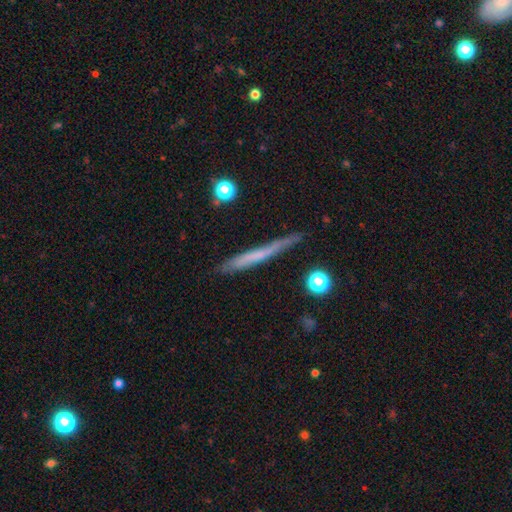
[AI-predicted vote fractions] Smooth or featured?
  - smooth: 50% *
  - featured or disk: 42%
  - star or artifact: 8%
How rounded?
  - cigar-shaped: 96% *
  - in between: 2%
  - round: 2%
Merging?
  - none: 80% *
  - minor disturbance: 15%
  - major disturbance: 3%
  - merger: 2%